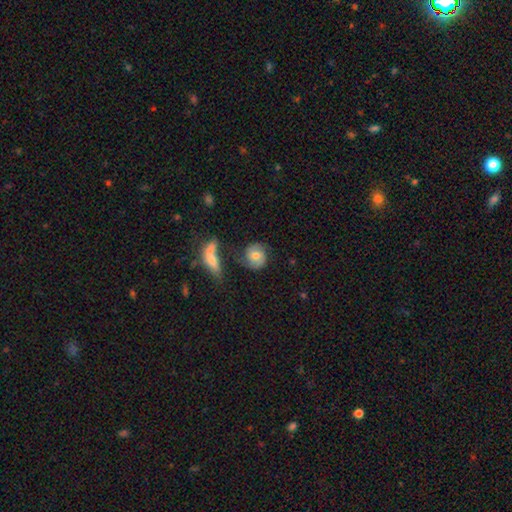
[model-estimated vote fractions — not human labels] smooth_or_featured: featured or disk (p=0.50) [alt: smooth p=0.42]
disk_edge_on: no (p=0.95) [alt: yes p=0.05]
merging: none (p=0.61) [alt: minor disturbance p=0.16]